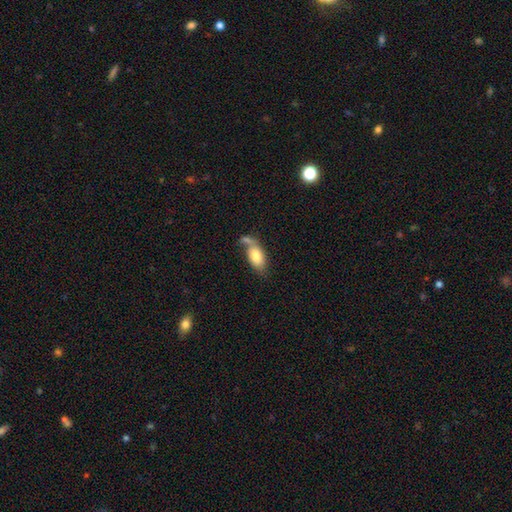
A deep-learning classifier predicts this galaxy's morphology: smooth_or_featured: smooth (p=0.77) [alt: featured or disk p=0.16]
how_rounded: in between (p=0.91) [alt: round p=0.05]
merging: none (p=0.37) [alt: merger p=0.35]